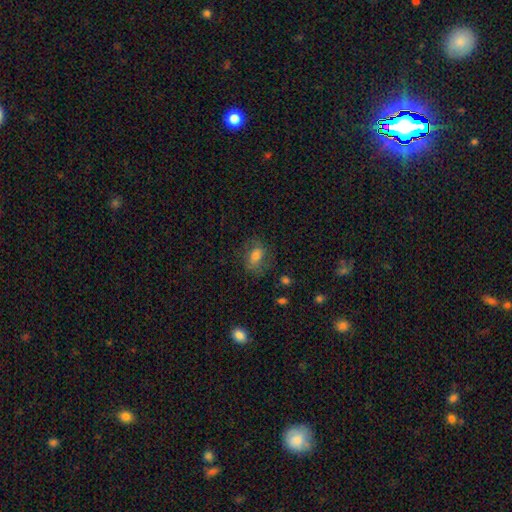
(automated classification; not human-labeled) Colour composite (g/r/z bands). It shows a smooth galaxy with no disk features (67%) that is in between round and cigar-shaped (74%). Merging: none (66%).